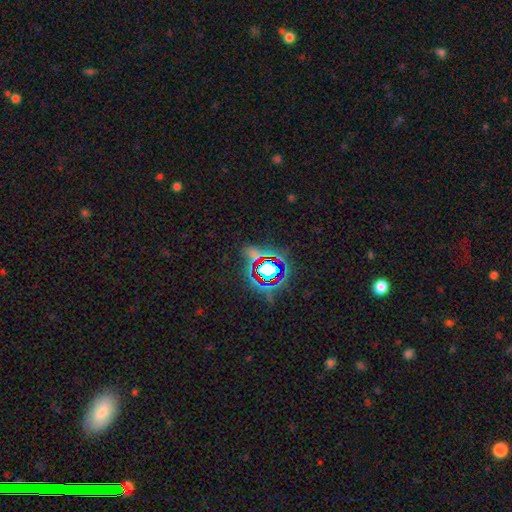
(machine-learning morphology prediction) Q: Smooth or featured?
A: star or artifact (74%); runner-up: smooth (16%)